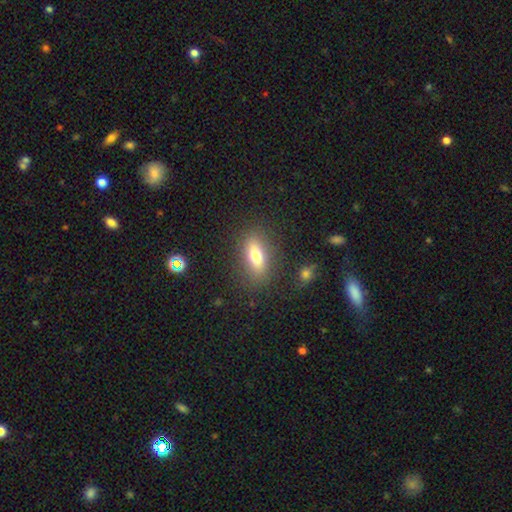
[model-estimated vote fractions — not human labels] smooth 68%, featured or disk 22%, star or artifact 10%. Down the decision tree: how rounded — in between (76%); merging — none (83%).